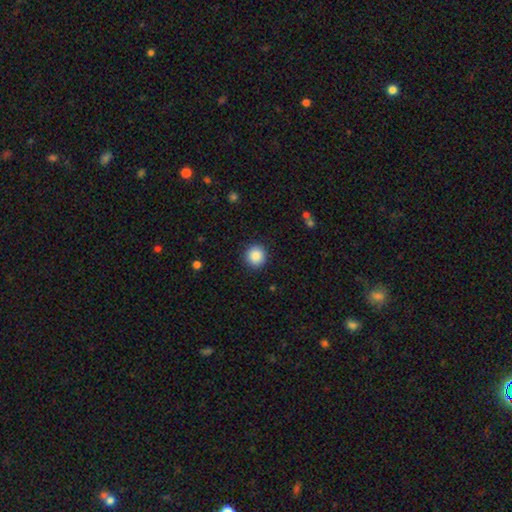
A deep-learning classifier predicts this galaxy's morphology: smooth-or-featured: smooth: 87% | star or artifact: 9% | featured or disk: 4%
  how-rounded: round: 92% | in between: 7% | cigar-shaped: 1%
  merging: none: 91% | minor disturbance: 6% | major disturbance: 2% | merger: 1%